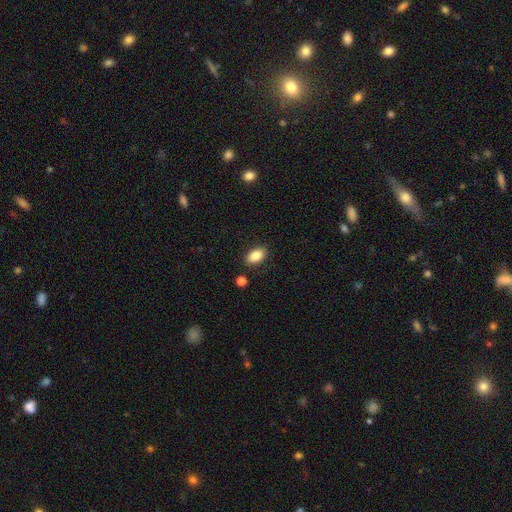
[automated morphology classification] smooth-or-featured: smooth: 86% | star or artifact: 8% | featured or disk: 6%
  how-rounded: in between: 92% | round: 6% | cigar-shaped: 3%
  merging: none: 86% | minor disturbance: 9% | merger: 3% | major disturbance: 2%